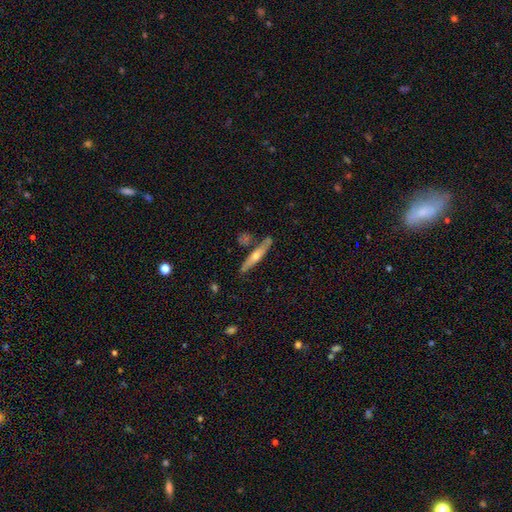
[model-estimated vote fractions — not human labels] A featured or disk galaxy (55%) viewed edge-on (89%). Merging: none (78%).